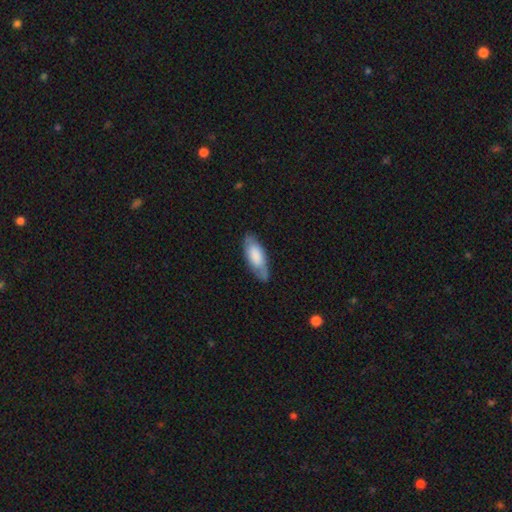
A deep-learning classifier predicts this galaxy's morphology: type=smooth (70%); roundness=in between (77%); merging=none (74%).